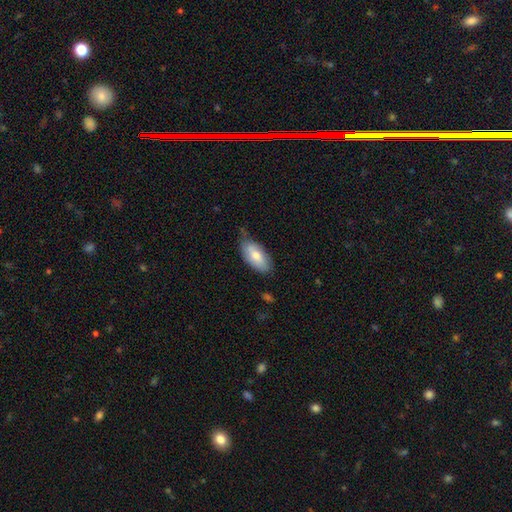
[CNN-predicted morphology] Smooth or featured?
  - smooth: 74% *
  - featured or disk: 21%
  - star or artifact: 6%
How rounded?
  - in between: 92% *
  - cigar-shaped: 6%
  - round: 2%
Merging?
  - none: 62% *
  - minor disturbance: 30%
  - major disturbance: 5%
  - merger: 2%